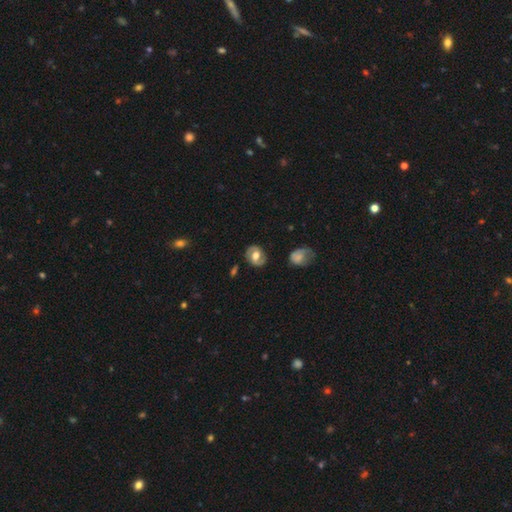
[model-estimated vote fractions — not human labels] This is possibly a featured or disk galaxy (53%). It is clearly not viewed edge-on (96%). Bar: possibly no (58%). Spiral arm pattern: likely yes (67%). Central bulge: likely moderate (62%). Merging: clearly none (80%).